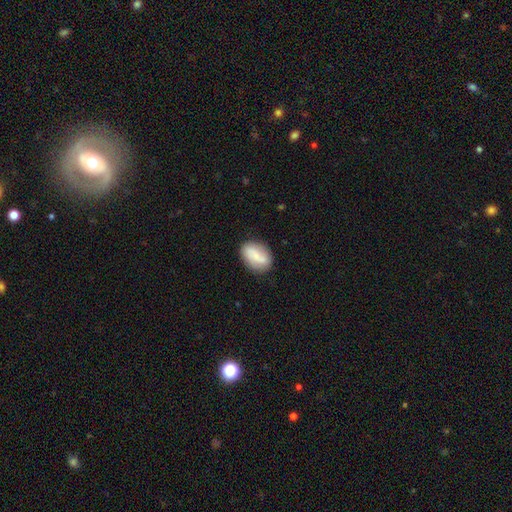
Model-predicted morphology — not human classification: smooth 67%, featured or disk 26%, star or artifact 7%. Down the decision tree: how rounded — in between (83%); merging — none (77%).